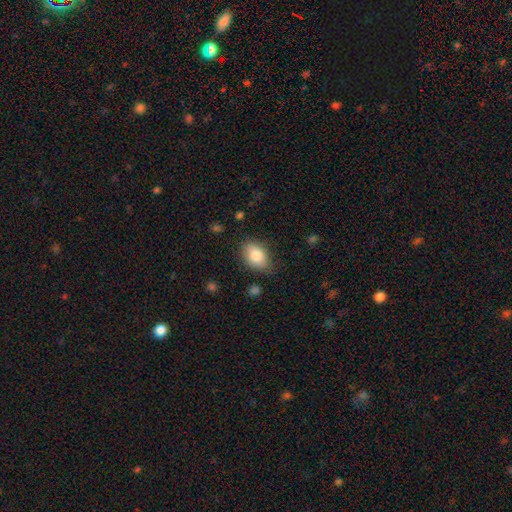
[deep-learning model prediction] Overall: smooth (84%). How rounded: in between (86%). Merging: none (79%).